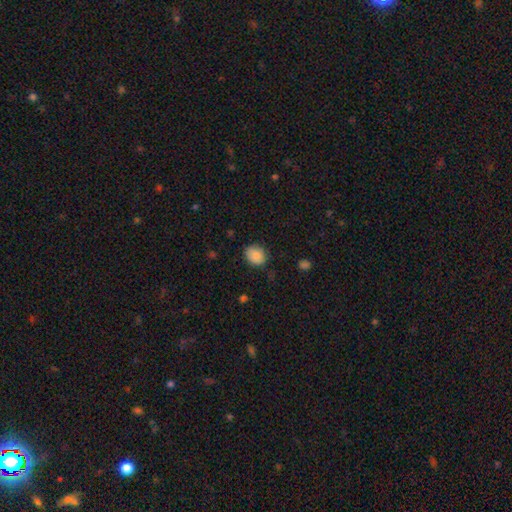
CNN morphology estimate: Smooth or featured: smooth — 86% (star or artifact — 8%)
How rounded: round — 58% (in between — 41%)
Merging: none — 75% (minor disturbance — 20%)